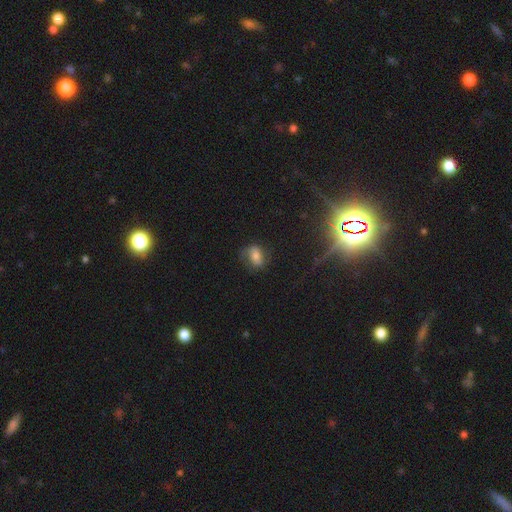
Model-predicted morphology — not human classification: Smooth or featured: smooth — 59% (featured or disk — 29%)
How rounded: in between — 72% (round — 25%)
Merging: none — 64% (minor disturbance — 22%)